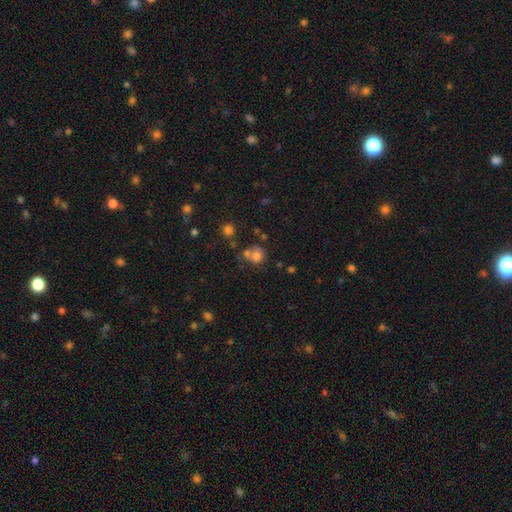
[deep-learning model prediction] Smooth or featured: smooth — 73% (star or artifact — 14%)
How rounded: round — 79% (in between — 20%)
Merging: none — 47% (merger — 32%)